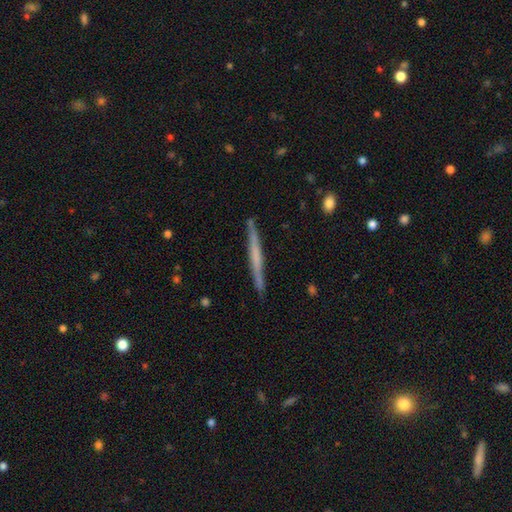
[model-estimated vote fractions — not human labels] The model was most divided on "smooth or featured": featured or disk: 55%, smooth: 40%, star or artifact: 6%. More confident: edge-on disk — yes (97%); merging — none (90%); edge-on bulge — none (77%).